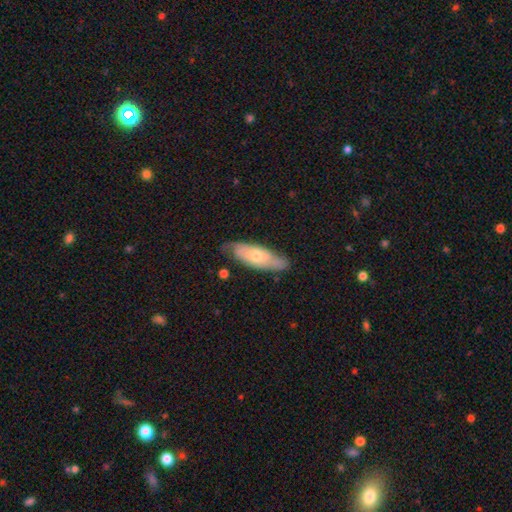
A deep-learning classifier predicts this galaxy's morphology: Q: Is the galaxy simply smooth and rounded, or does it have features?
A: featured or disk — 56%.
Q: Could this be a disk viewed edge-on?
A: no — 70%.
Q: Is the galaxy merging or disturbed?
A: none — 76%.